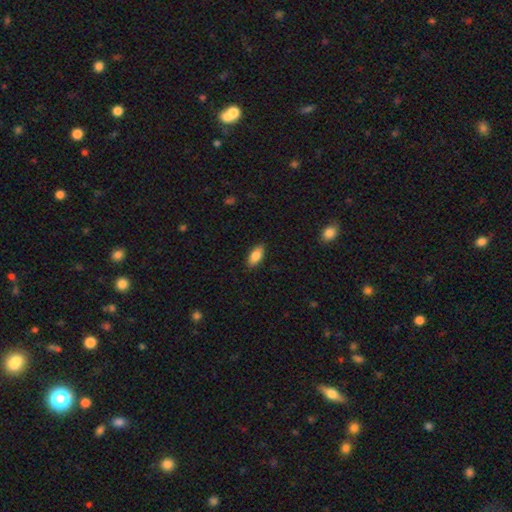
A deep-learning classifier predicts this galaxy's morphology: A smooth galaxy with no disk features (86%) that is in between round and cigar-shaped (88%). Merging: none (87%).